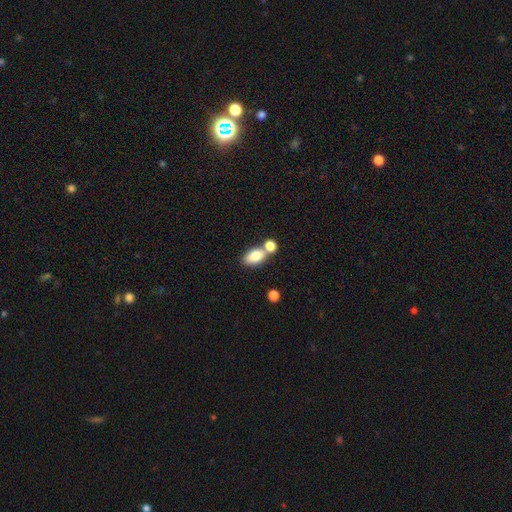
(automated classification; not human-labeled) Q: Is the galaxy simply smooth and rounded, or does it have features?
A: smooth — 82%.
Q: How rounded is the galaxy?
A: in between — 87%.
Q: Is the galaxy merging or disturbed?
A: none — 46%.